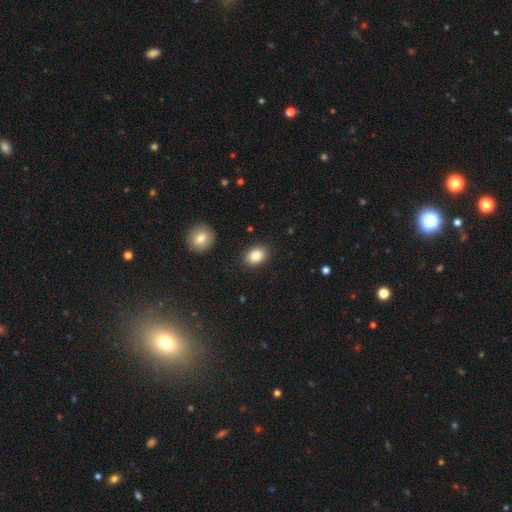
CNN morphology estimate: The model was most divided on "how rounded": in between: 75%, round: 23%, cigar-shaped: 1%. More confident: merging — none (88%); smooth or featured — smooth (85%).